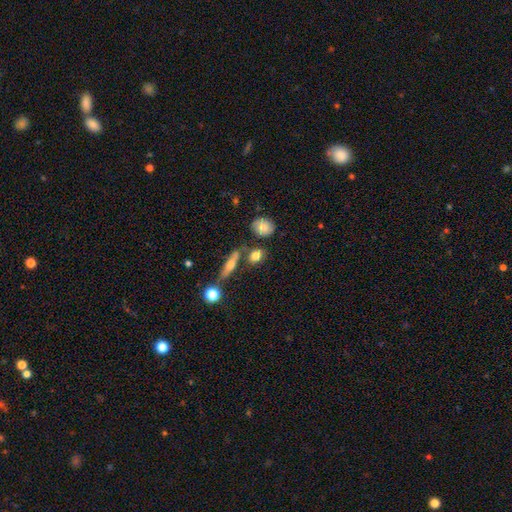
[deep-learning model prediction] Smooth or featured? Predicted: smooth (p=0.75). How rounded? Predicted: in between (p=0.51). Merging? Predicted: none (p=0.65).